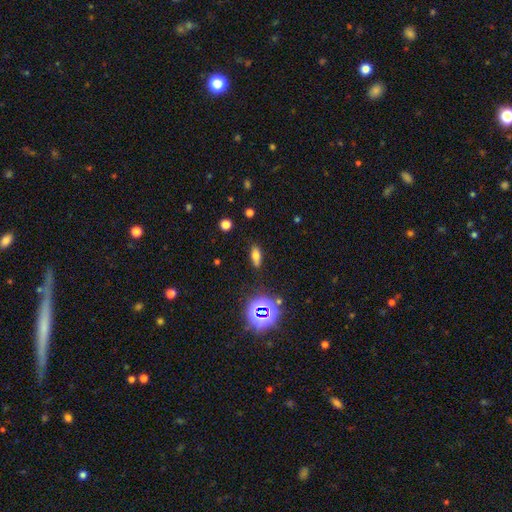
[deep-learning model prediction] Smooth or featured? smooth (69%)
How rounded? in between (75%)
Merging? none (82%)